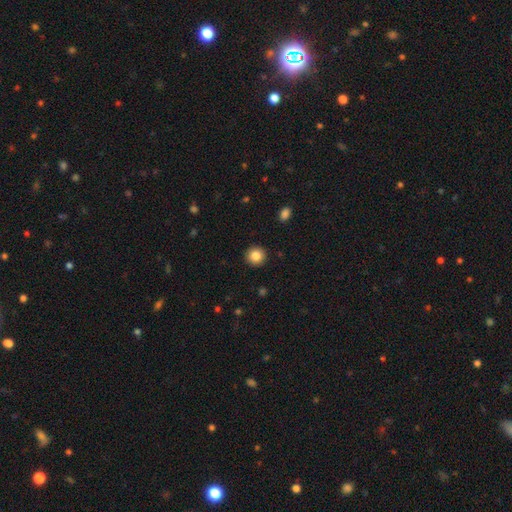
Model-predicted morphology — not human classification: smooth_or_featured: smooth (p=0.85) [alt: star or artifact p=0.10]
how_rounded: round (p=0.93) [alt: in between p=0.06]
merging: none (p=0.92) [alt: minor disturbance p=0.05]